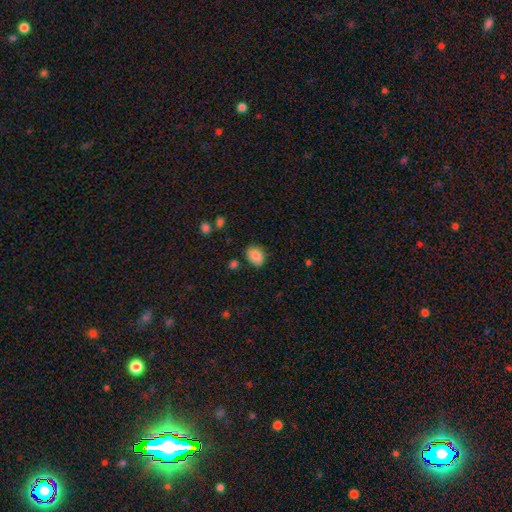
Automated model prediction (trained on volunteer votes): A smooth galaxy with no disk features (84%) that is in between round and cigar-shaped (54%).

Vote fractions:
- Smooth or featured? smooth: 84% / star or artifact: 9% / featured or disk: 7%
- How rounded? in between: 54% / round: 45% / cigar-shaped: 1%
- Merging? none: 78% / minor disturbance: 16% / major disturbance: 3% / merger: 3%